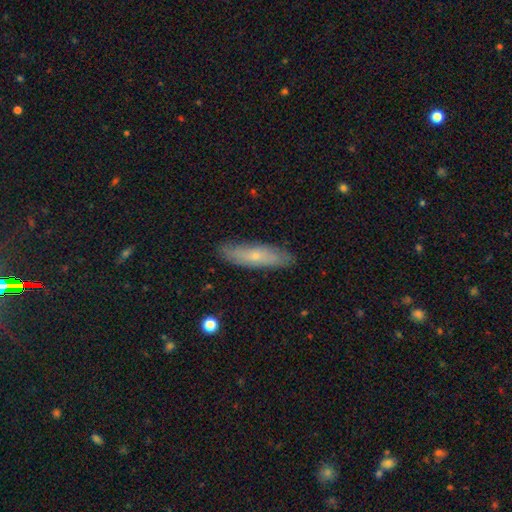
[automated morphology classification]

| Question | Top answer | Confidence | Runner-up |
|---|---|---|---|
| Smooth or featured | smooth | 55% | featured or disk (38%) |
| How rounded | cigar-shaped | 68% | in between (30%) |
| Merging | none | 85% | minor disturbance (12%) |